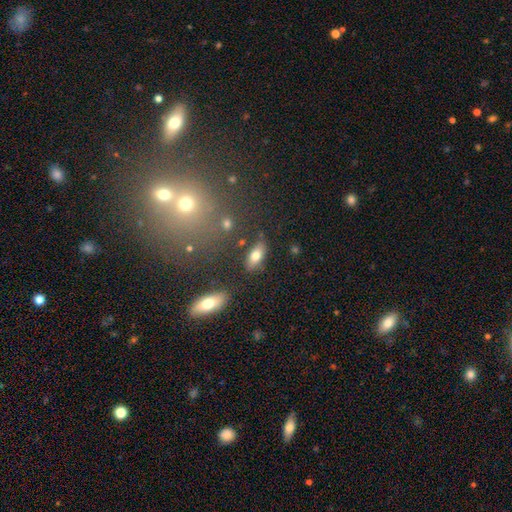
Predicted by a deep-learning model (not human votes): Overall: smooth (76%). How rounded: in between (85%). Merging: none (80%).